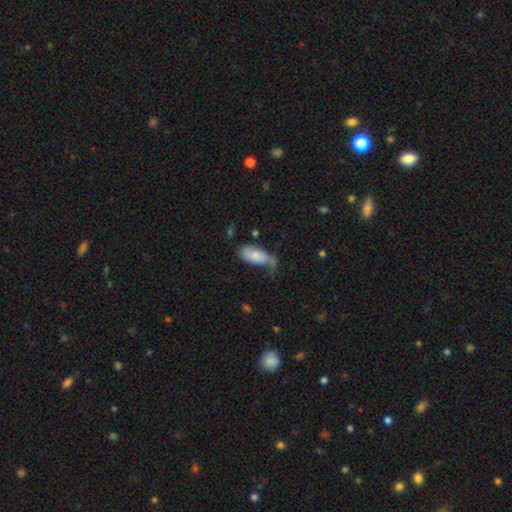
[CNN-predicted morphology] smooth-or-featured: smooth: 71% | featured or disk: 22% | star or artifact: 7%
  how-rounded: in between: 90% | cigar-shaped: 7% | round: 3%
  merging: minor disturbance: 36% | none: 34% | major disturbance: 23% | merger: 8%